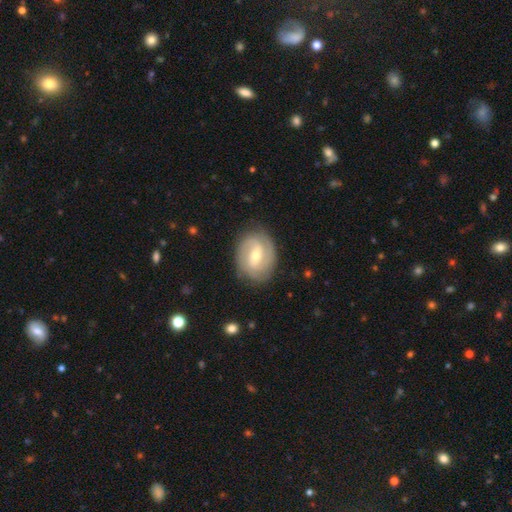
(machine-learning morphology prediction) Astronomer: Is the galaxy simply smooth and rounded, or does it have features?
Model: featured or disk — 76%.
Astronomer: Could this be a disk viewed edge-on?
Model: no — 96%.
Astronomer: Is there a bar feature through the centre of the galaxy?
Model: weak — 51% (runner-up: strong, 28%).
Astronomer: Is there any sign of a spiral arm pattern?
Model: yes — 89%.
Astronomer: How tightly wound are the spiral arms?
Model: tight — 43% (runner-up: medium, 41%).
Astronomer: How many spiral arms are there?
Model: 2 — 67%.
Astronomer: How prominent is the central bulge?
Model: moderate — 50% (runner-up: small, 46%).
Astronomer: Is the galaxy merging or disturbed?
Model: none — 81%.